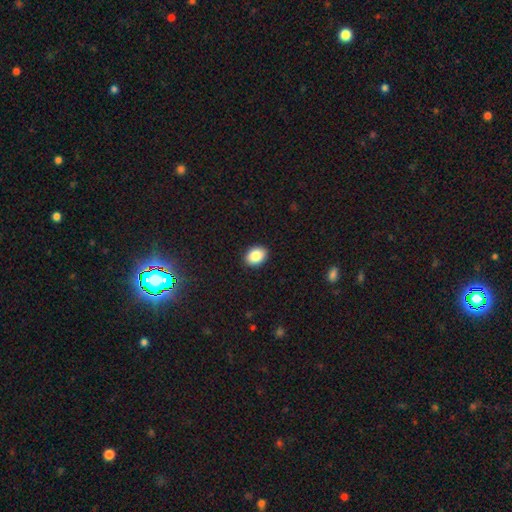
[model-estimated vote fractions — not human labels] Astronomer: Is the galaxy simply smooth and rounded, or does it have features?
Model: smooth — 86%.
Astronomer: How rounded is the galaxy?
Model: in between — 71%.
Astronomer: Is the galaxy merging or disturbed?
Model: none — 91%.